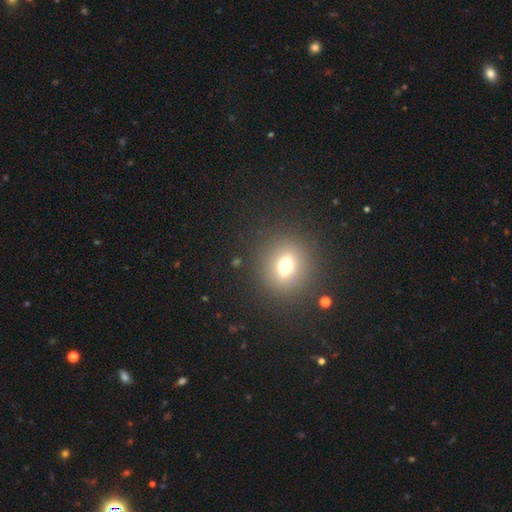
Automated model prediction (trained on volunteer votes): A smooth galaxy with no disk features (63%) that is round (81%).

Vote fractions:
- Smooth or featured? smooth: 63% / star or artifact: 29% / featured or disk: 8%
- How rounded? round: 81% / in between: 18% / cigar-shaped: 1%
- Merging? none: 92% / minor disturbance: 5% / major disturbance: 2% / merger: 1%